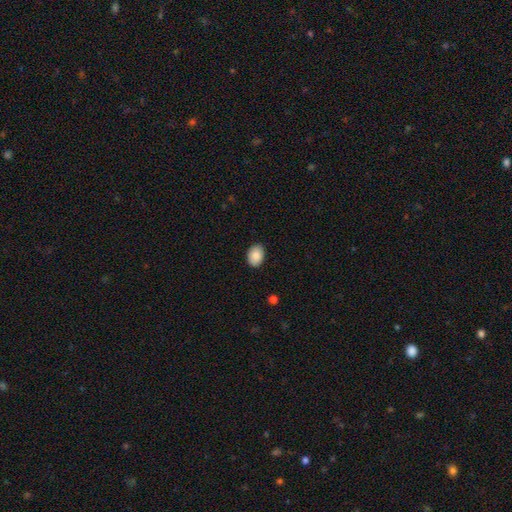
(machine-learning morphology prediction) A smooth galaxy with no disk features (88%) that is in between round and cigar-shaped (79%).

Vote fractions:
- Smooth or featured? smooth: 88% / star or artifact: 7% / featured or disk: 5%
- How rounded? in between: 79% / round: 21% / cigar-shaped: 1%
- Merging? none: 88% / minor disturbance: 9% / major disturbance: 2% / merger: 1%